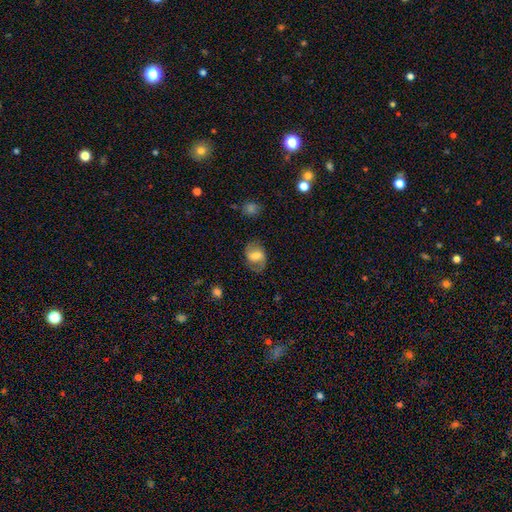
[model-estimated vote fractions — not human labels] smooth_or_featured: featured or disk (p=0.51) [alt: smooth p=0.41]
disk_edge_on: no (p=0.96) [alt: yes p=0.04]
merging: none (p=0.73) [alt: minor disturbance p=0.18]